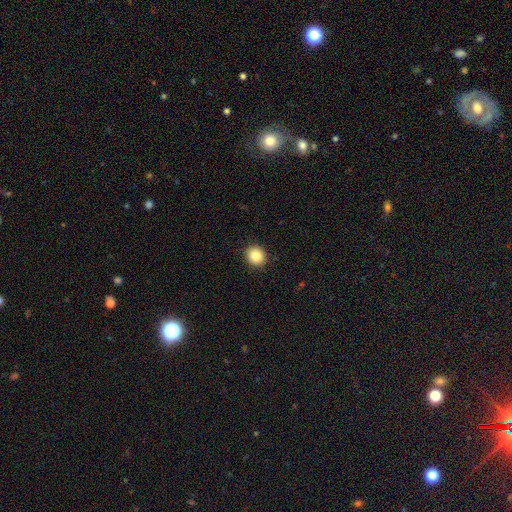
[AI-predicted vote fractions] The model was most divided on "how rounded": round: 82%, in between: 17%, cigar-shaped: 1%. More confident: merging — none (92%); smooth or featured — smooth (86%).